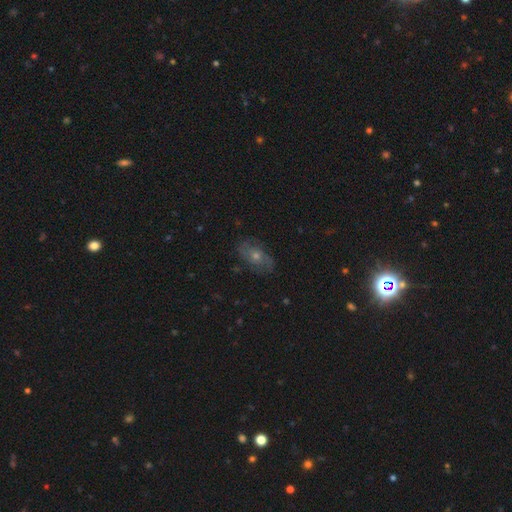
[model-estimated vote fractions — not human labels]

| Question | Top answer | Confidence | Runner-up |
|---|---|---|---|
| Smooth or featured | featured or disk | 52% | smooth (30%) |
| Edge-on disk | no | 88% | yes (12%) |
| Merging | none | 78% | minor disturbance (15%) |